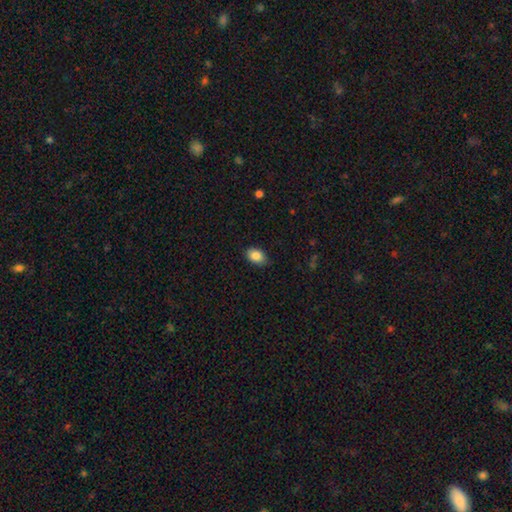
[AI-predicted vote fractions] The model was most divided on "merging": none: 83%, minor disturbance: 14%, major disturbance: 2%, merger: 1%. More confident: smooth or featured — smooth (86%); how rounded — in between (86%).